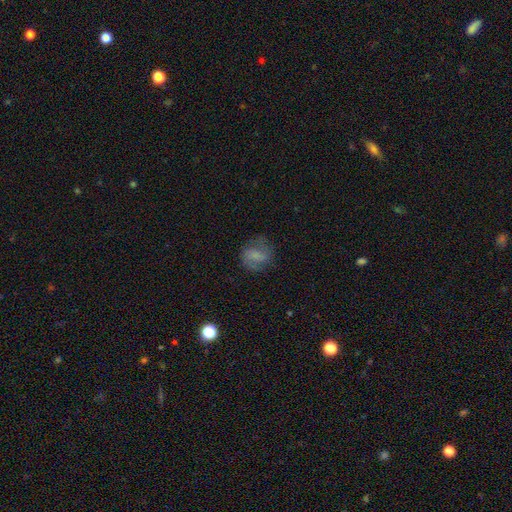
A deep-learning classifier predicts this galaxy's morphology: Smooth or featured?
  - smooth: 46% *
  - featured or disk: 44%
  - star or artifact: 10%
Merging?
  - none: 66% *
  - minor disturbance: 20%
  - major disturbance: 12%
  - merger: 1%